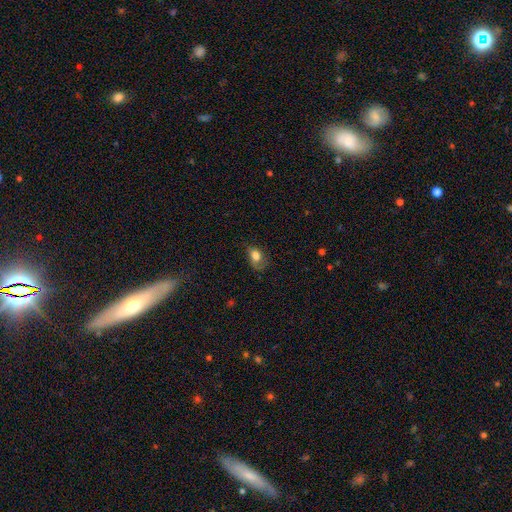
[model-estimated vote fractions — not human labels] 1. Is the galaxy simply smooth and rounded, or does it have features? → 72% smooth, 19% featured or disk, 10% star or artifact.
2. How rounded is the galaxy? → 79% in between, 20% round, 2% cigar-shaped.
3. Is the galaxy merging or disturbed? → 46% none, 31% minor disturbance, 22% major disturbance, 2% merger.